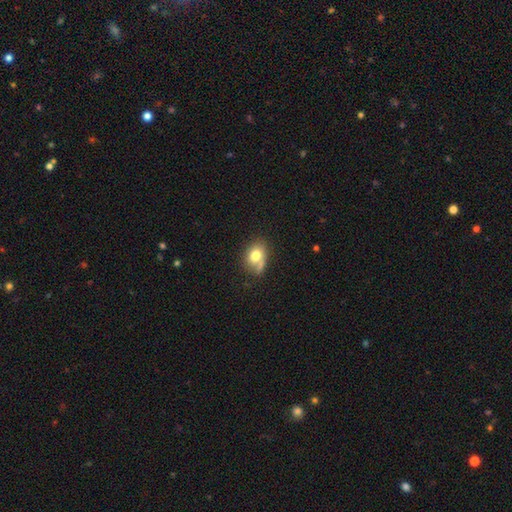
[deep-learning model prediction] A smooth galaxy with no disk features (74%) that is in between round and cigar-shaped (62%). Merging: none (48%).